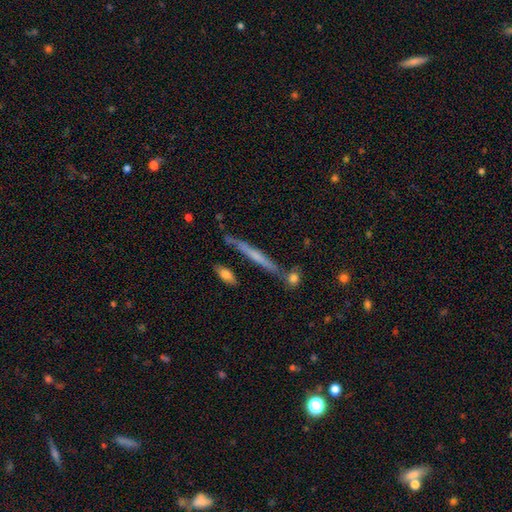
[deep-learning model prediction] Smooth or featured? featured or disk (48%)
Merging? none (78%)